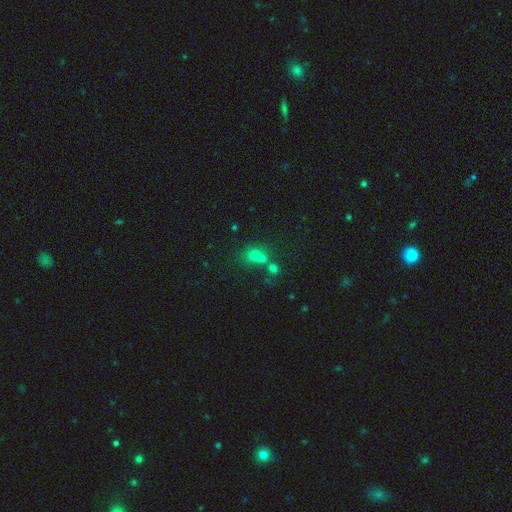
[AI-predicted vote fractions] The model was most divided on "merging" (2-way tie): none: 44%, merger: 44%, minor disturbance: 8%, major disturbance: 4%. More confident: how rounded — round (76%); smooth or featured — smooth (56%).